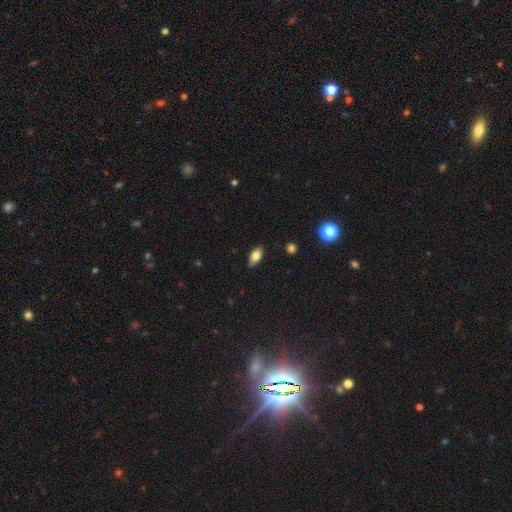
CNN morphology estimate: type=smooth (75%); roundness=in between (88%); merging=none (84%).